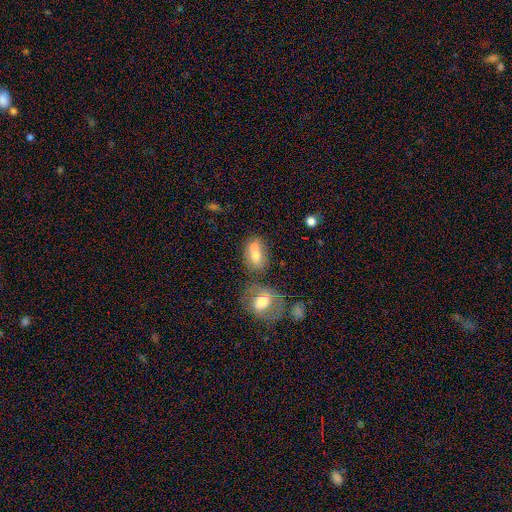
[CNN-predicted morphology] Smooth or featured: smooth — 65% (featured or disk — 25%)
How rounded: in between — 62% (round — 36%)
Merging: merger — 63% (none — 23%)